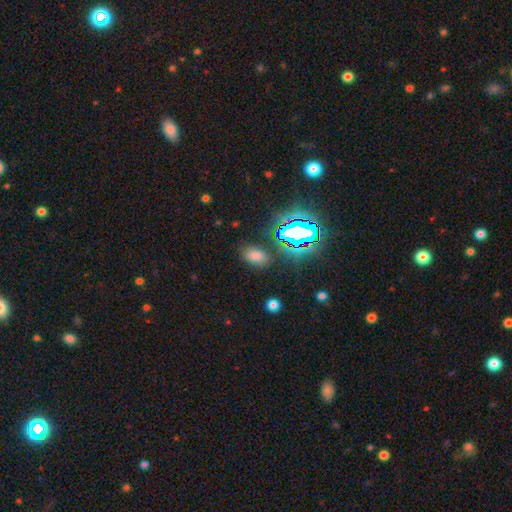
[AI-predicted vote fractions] smooth_or_featured: smooth (p=0.68) [alt: star or artifact p=0.25]
how_rounded: in between (p=0.88) [alt: round p=0.10]
merging: none (p=0.83) [alt: minor disturbance p=0.11]